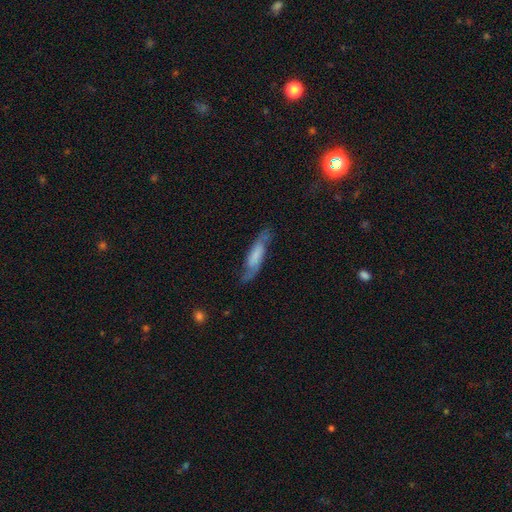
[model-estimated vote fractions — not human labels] The model was most divided on "smooth or featured": featured or disk: 52%, smooth: 41%, star or artifact: 7%. More confident: merging — none (72%); edge-on disk — no (65%).